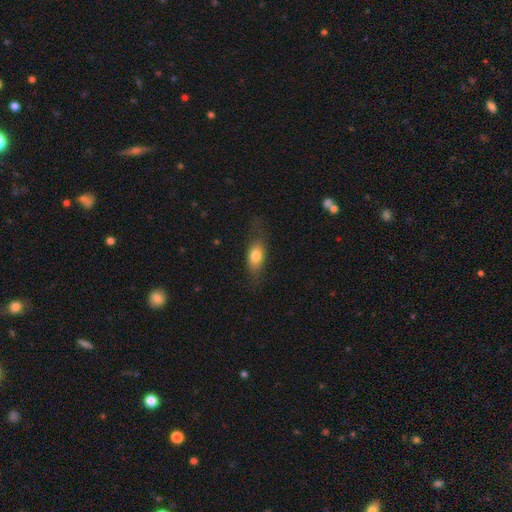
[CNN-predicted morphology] Overall: smooth (75%). How rounded: in between (79%). Merging: none (65%).